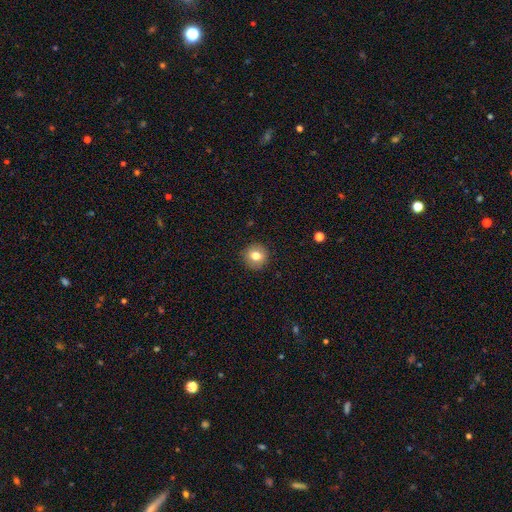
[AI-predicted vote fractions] Smooth or featured? Predicted: smooth (p=0.78). How rounded? Predicted: round (p=0.93). Merging? Predicted: none (p=0.91).